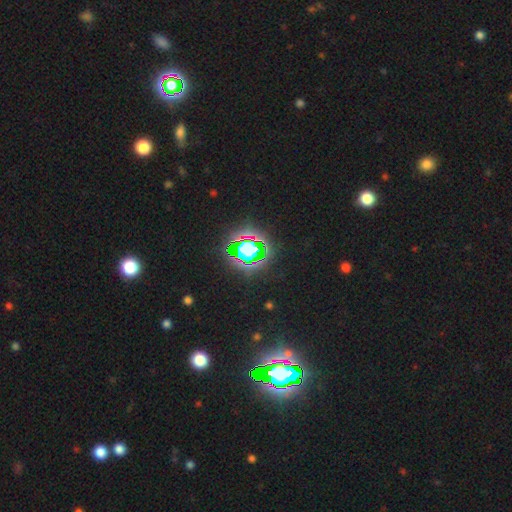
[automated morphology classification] A star or artifact, not a galaxy (73%).

Vote fractions:
- Smooth or featured? star or artifact: 73% / smooth: 17% / featured or disk: 10%